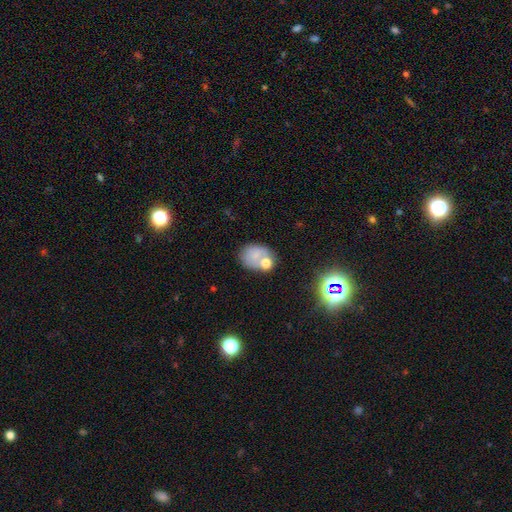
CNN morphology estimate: A smooth galaxy with no disk features (64%) that is in between round and cigar-shaped (55%). Merging: none (44%).